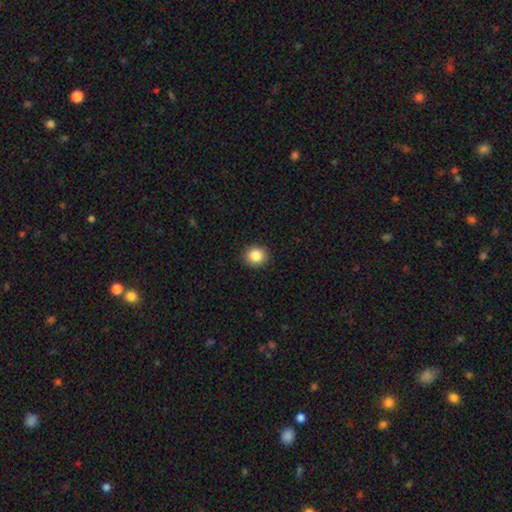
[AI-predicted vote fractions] smooth_or_featured: smooth (p=0.86) [alt: star or artifact p=0.09]
how_rounded: round (p=0.86) [alt: in between p=0.13]
merging: none (p=0.91) [alt: minor disturbance p=0.06]